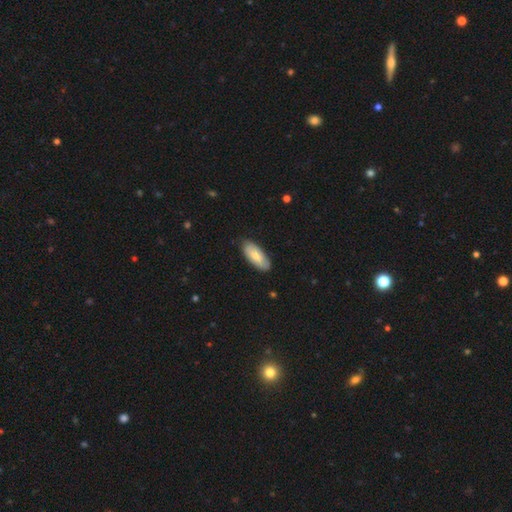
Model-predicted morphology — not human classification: Smooth or featured? smooth (71%)
How rounded? in between (86%)
Merging? none (83%)